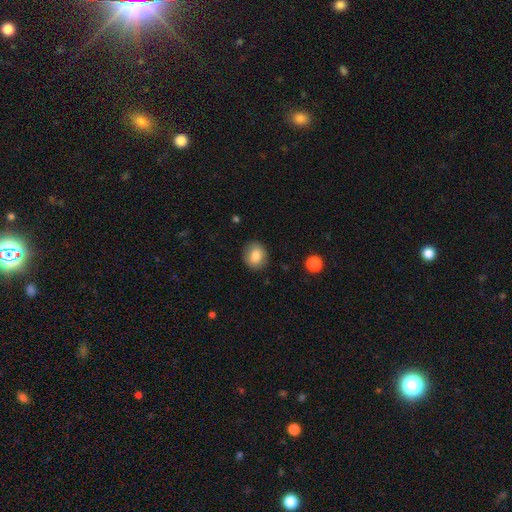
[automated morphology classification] A smooth galaxy with no disk features (82%) that is round (72%). Merging: none (86%).